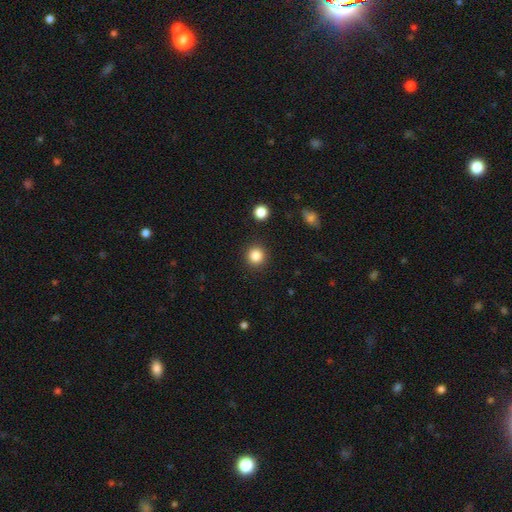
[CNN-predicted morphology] A smooth galaxy with no disk features (85%) that is round (93%). Merging: none (91%).